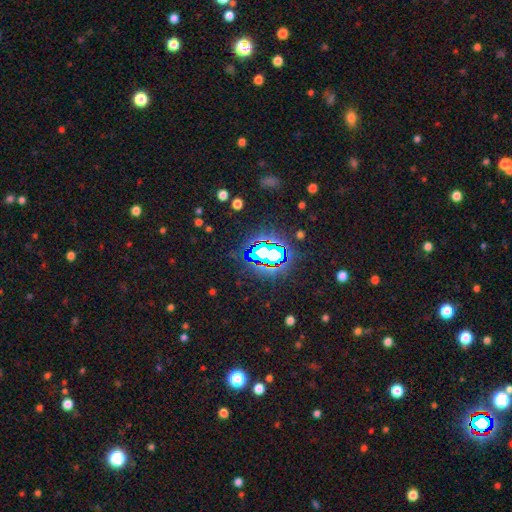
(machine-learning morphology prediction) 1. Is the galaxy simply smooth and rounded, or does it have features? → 80% star or artifact, 12% smooth, 8% featured or disk.